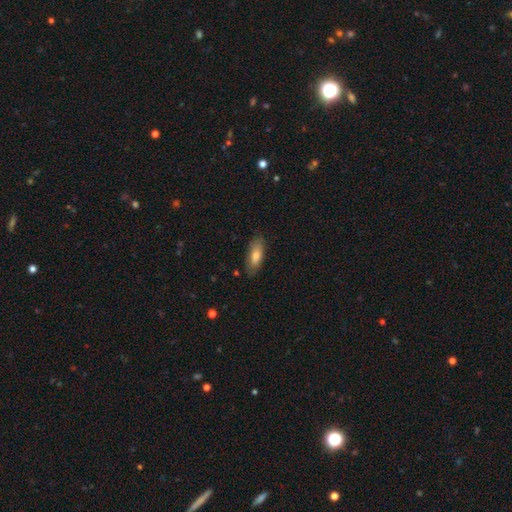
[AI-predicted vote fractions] Smooth or featured?
  - smooth: 76% *
  - featured or disk: 17%
  - star or artifact: 6%
How rounded?
  - in between: 73% *
  - cigar-shaped: 25%
  - round: 2%
Merging?
  - none: 82% *
  - minor disturbance: 14%
  - major disturbance: 3%
  - merger: 1%